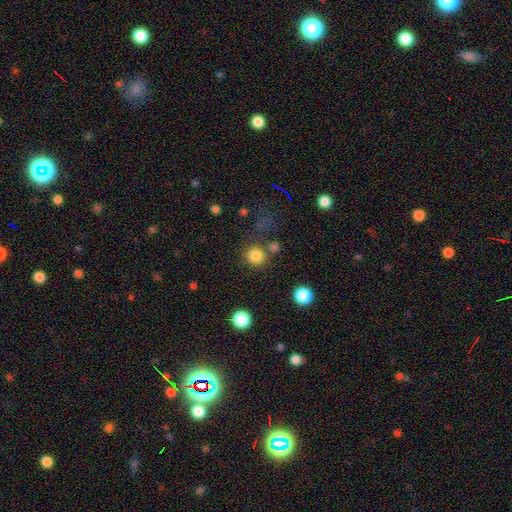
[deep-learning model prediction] Q: Smooth or featured?
A: smooth (83%); runner-up: star or artifact (12%)
Q: How rounded?
A: round (92%); runner-up: in between (7%)
Q: Merging?
A: none (76%); runner-up: merger (10%)